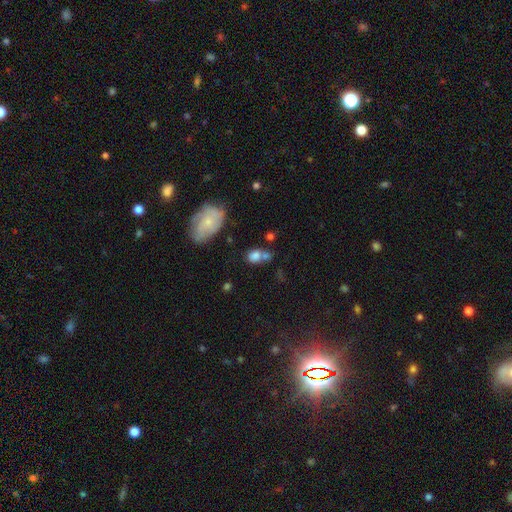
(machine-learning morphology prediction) type=smooth (75%); roundness=in between (56%); merging=none (39%).